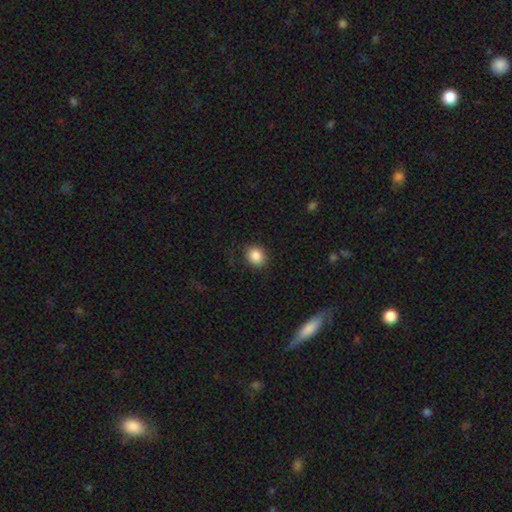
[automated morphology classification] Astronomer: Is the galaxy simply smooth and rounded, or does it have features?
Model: smooth — 87%.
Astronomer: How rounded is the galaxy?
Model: round — 74%.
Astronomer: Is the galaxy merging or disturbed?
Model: none — 86%.